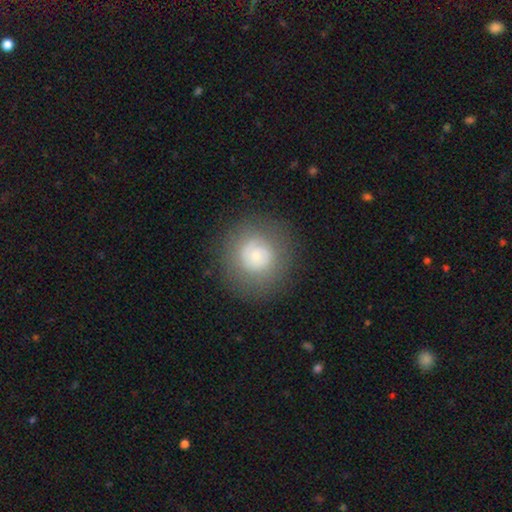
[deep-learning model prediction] Q: Smooth or featured?
A: smooth (65%); runner-up: featured or disk (26%)
Q: How rounded?
A: round (92%); runner-up: in between (7%)
Q: Merging?
A: none (83%); runner-up: minor disturbance (10%)